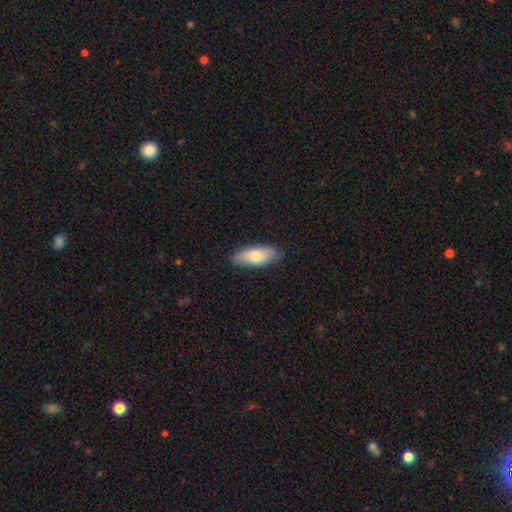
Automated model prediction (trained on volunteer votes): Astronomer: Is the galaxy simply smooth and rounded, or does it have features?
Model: smooth — 73%.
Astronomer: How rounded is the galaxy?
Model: in between — 80%.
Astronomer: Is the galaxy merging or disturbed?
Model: none — 84%.